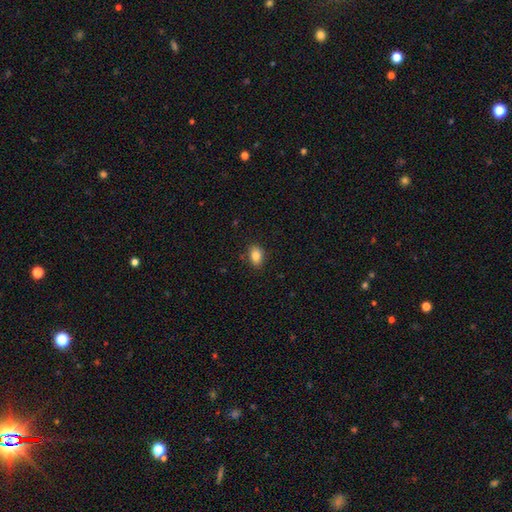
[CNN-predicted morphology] type=smooth (85%); roundness=in between (80%); merging=none (86%).